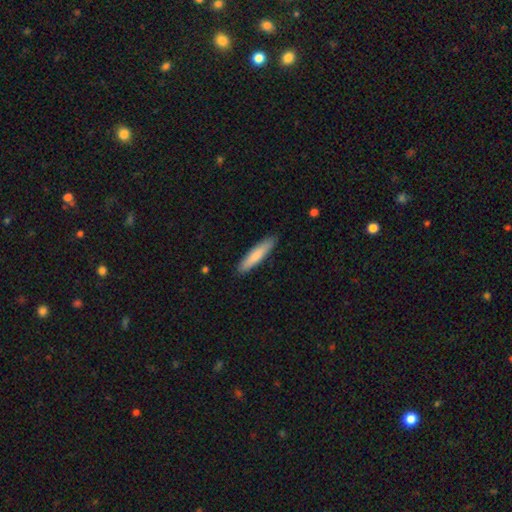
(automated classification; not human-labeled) Smooth or featured? smooth (80%)
How rounded? cigar-shaped (84%)
Merging? none (89%)